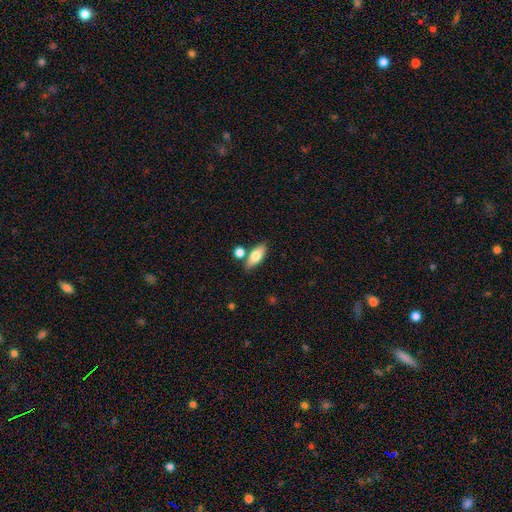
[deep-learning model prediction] smooth 75%, featured or disk 18%, star or artifact 7%. Down the decision tree: how rounded — in between (79%); merging — none (72%).